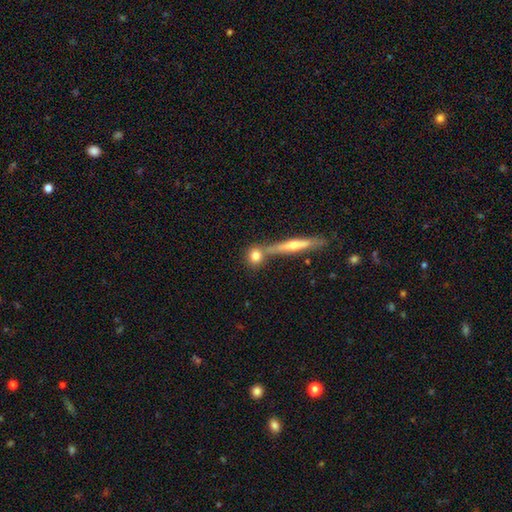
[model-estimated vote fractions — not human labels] Smooth or featured? Predicted: smooth (p=0.75). How rounded? Predicted: round (p=0.75). Merging? Predicted: none (p=0.62).